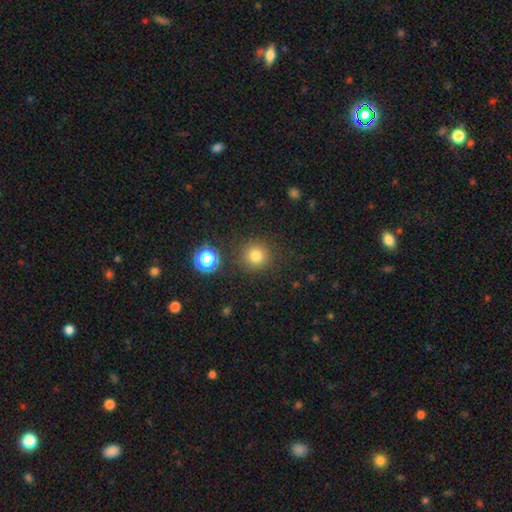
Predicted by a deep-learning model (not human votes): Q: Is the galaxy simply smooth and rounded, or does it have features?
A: smooth — 79%.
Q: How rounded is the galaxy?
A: round — 94%.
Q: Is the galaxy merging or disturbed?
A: none — 88%.